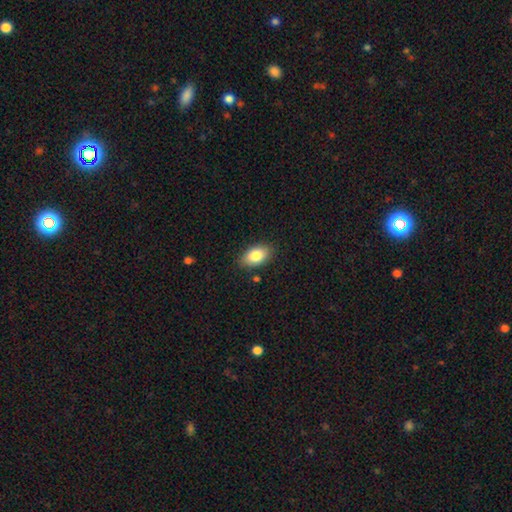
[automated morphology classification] A smooth galaxy with no disk features (84%) that is in between round and cigar-shaped (91%). Merging: none (84%).